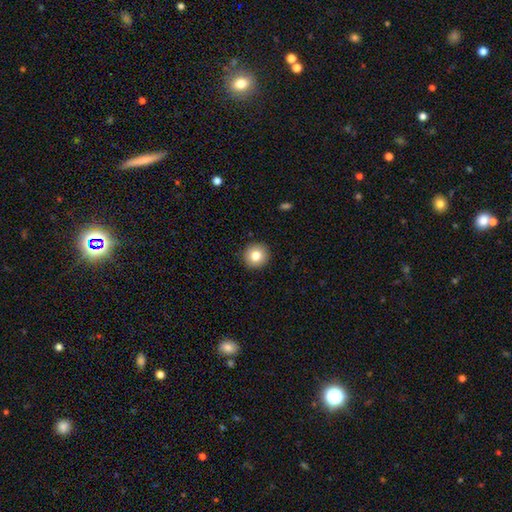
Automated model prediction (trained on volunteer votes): Overall: smooth (81%). How rounded: round (94%). Merging: none (92%).